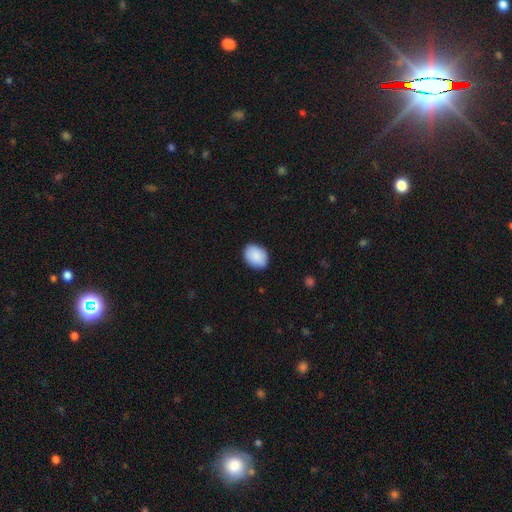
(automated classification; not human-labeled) A smooth galaxy with no disk features (90%) that is in between round and cigar-shaped (69%). Merging: none (86%).